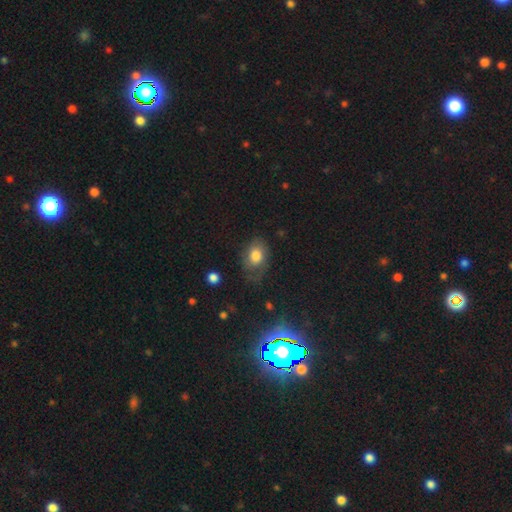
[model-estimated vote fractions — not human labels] Smooth or featured: smooth — 68% (featured or disk — 22%)
How rounded: in between — 76% (round — 23%)
Merging: none — 53% (minor disturbance — 29%)